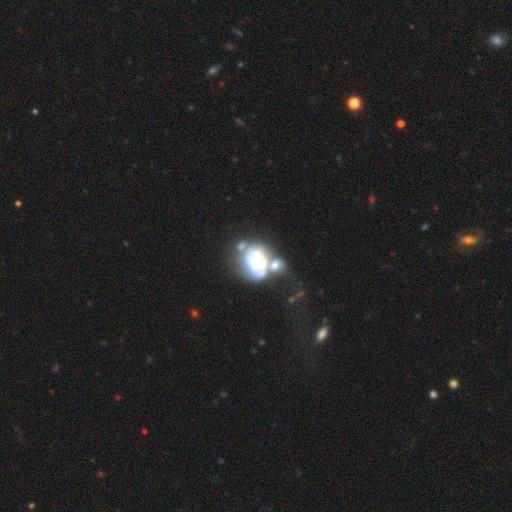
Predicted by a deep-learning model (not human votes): Morphology: type=featured or disk (67%); edge-on=no (98%); bar=no (85%); spiral arms=no (70%); bulge=moderate (38%); merging=merger (48%).